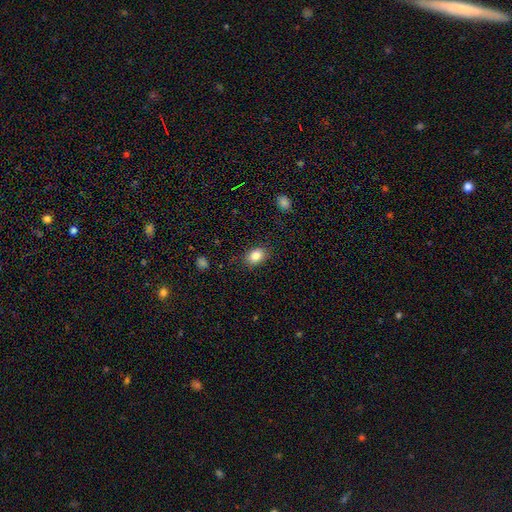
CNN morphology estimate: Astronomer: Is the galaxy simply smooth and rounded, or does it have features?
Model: smooth — 84%.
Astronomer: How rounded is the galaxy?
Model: in between — 71%.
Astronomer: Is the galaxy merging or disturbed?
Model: none — 85%.